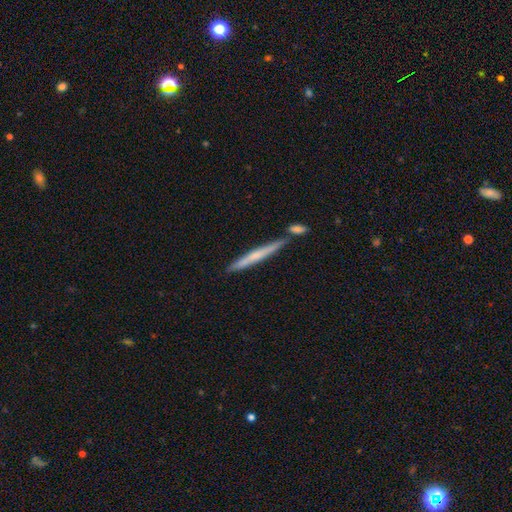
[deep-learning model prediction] Q: Smooth or featured?
A: featured or disk (47%); tied with: smooth (47%)
Q: Merging?
A: none (72%); runner-up: merger (15%)